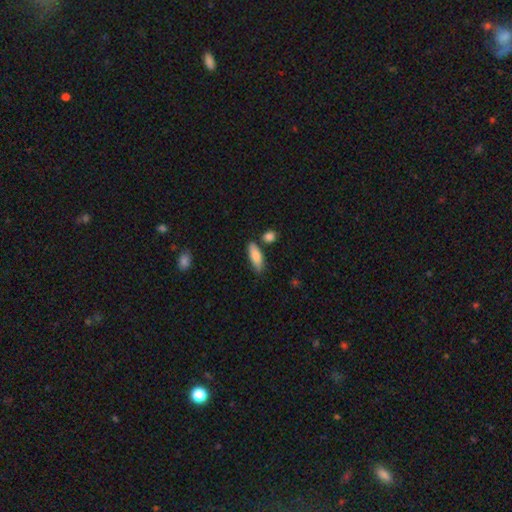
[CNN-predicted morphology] Overall: smooth (83%). How rounded: in between (64%; cigar-shaped 33%). Merging: none (74%).